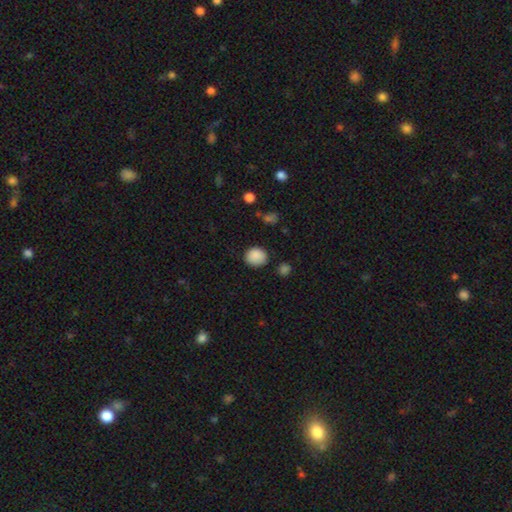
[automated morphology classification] Smooth or featured?
  - smooth: 87% *
  - star or artifact: 9%
  - featured or disk: 4%
How rounded?
  - round: 73% *
  - in between: 27%
  - cigar-shaped: 1%
Merging?
  - none: 80% *
  - minor disturbance: 15%
  - major disturbance: 3%
  - merger: 2%